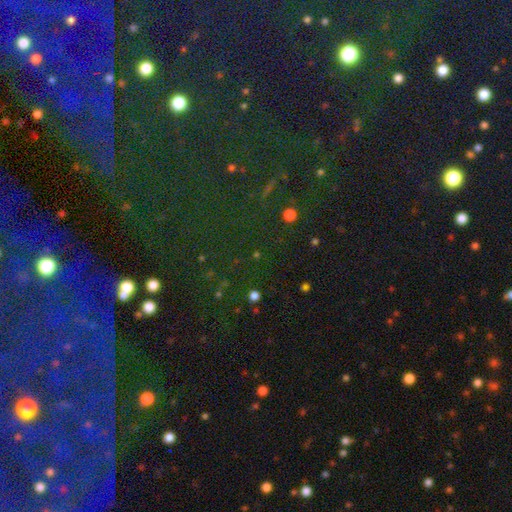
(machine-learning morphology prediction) Smooth or featured? star or artifact (79%)